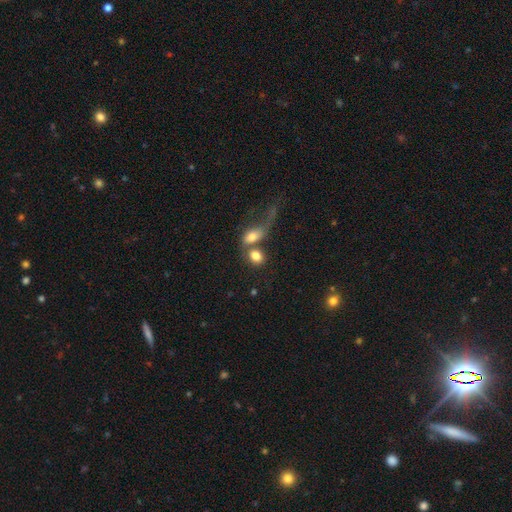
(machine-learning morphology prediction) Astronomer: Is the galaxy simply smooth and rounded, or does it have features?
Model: smooth — 78%.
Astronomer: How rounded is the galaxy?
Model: in between — 61% (runner-up: round, 36%).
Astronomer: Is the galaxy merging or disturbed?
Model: merger — 58%.